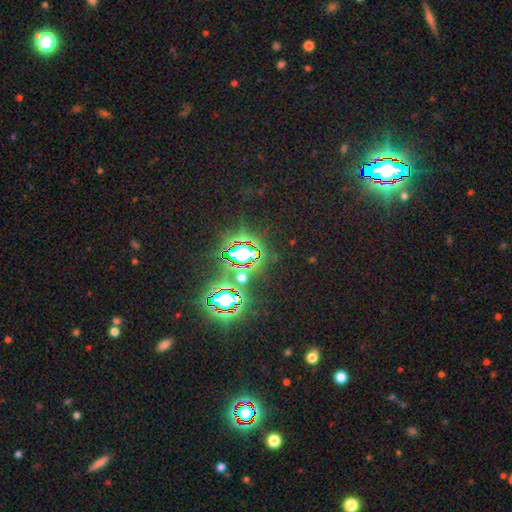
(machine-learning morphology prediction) smooth-or-featured: star or artifact: 82% | smooth: 11% | featured or disk: 7%